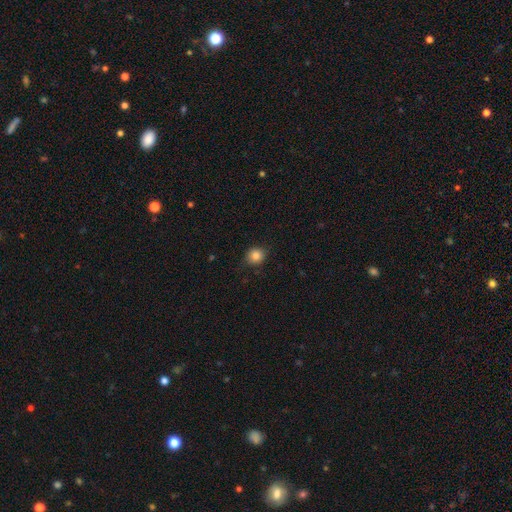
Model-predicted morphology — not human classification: smooth 84%, star or artifact 11%, featured or disk 6%. Down the decision tree: how rounded — round (80%); merging — none (83%).